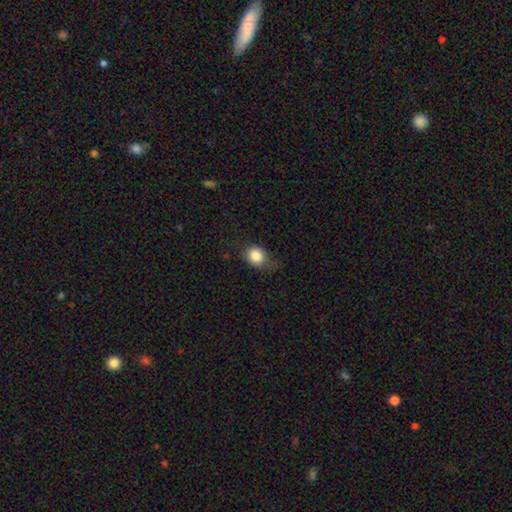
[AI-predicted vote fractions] Smooth or featured: smooth — 84% (star or artifact — 9%)
How rounded: round — 68% (in between — 31%)
Merging: none — 60% (minor disturbance — 28%)